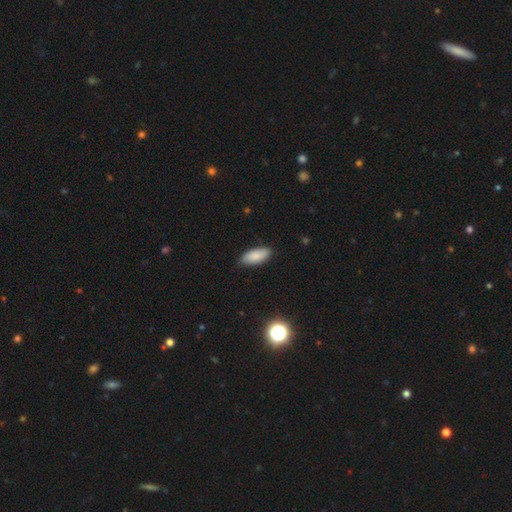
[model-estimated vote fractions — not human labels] smooth 86%, star or artifact 7%, featured or disk 7%. Down the decision tree: how rounded — in between (85%); merging — none (83%).